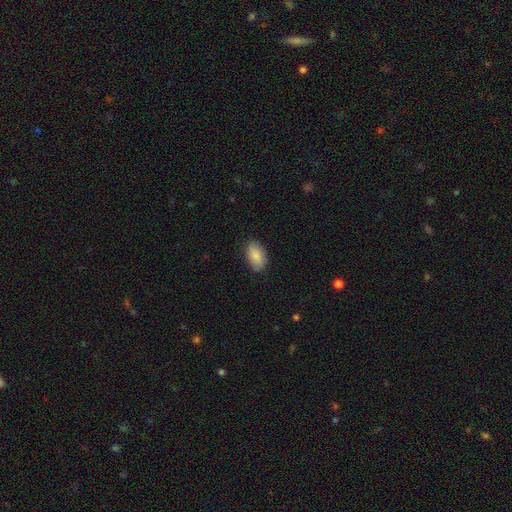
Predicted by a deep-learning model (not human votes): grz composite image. It shows a smooth galaxy with no disk features (87%) that is in between round and cigar-shaped (92%). Merging: none (83%).